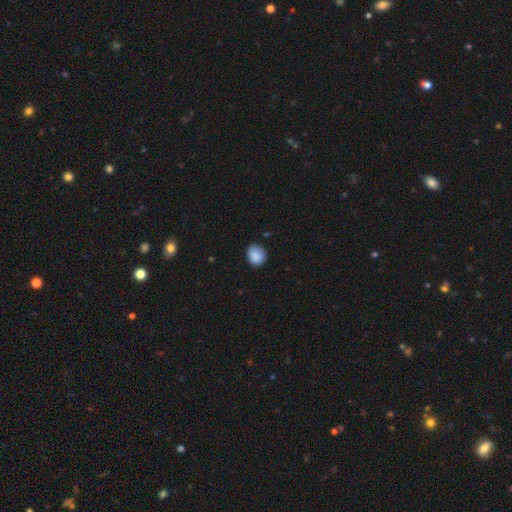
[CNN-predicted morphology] type=smooth (87%); roundness=round (75%); merging=none (73%).